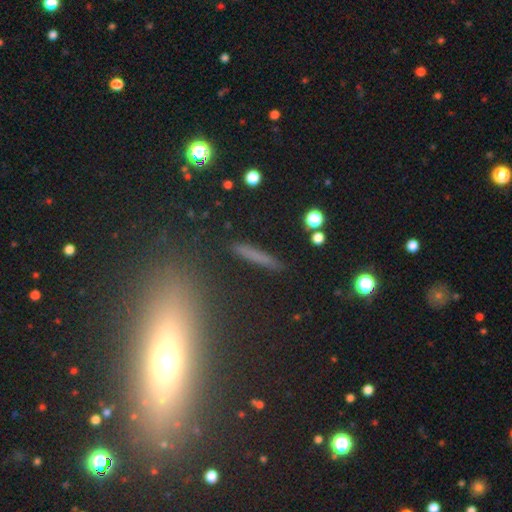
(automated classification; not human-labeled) The model was most divided on "smooth or featured": smooth: 62%, featured or disk: 23%, star or artifact: 16%. More confident: how rounded — cigar-shaped (90%); merging — none (88%).